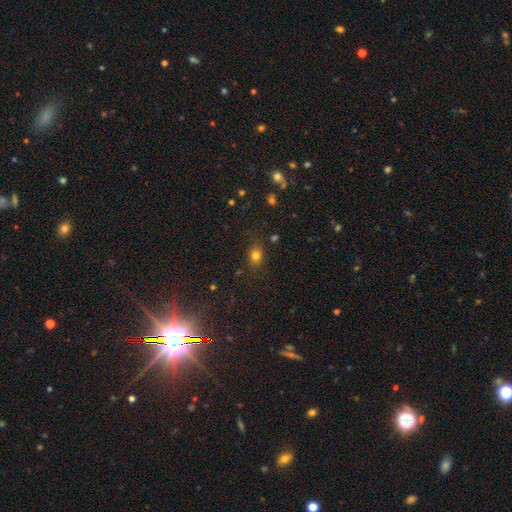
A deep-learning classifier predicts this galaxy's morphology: type=smooth (76%); roundness=in between (59%); merging=none (82%).